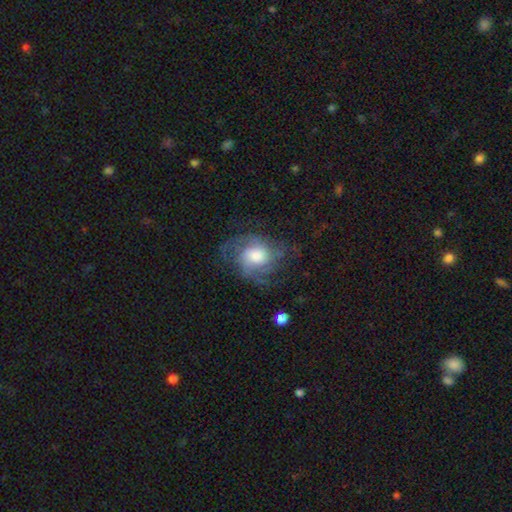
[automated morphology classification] This is likely a featured or disk galaxy (67%). It is clearly not viewed edge-on (97%). Bar: likely no (76%). Spiral arm pattern: clearly yes (87%). Spiral arm count: marginally can't tell (35%). Spiral winding: marginally medium (43%). Central bulge: marginally large (43%). Merging: likely none (60%).